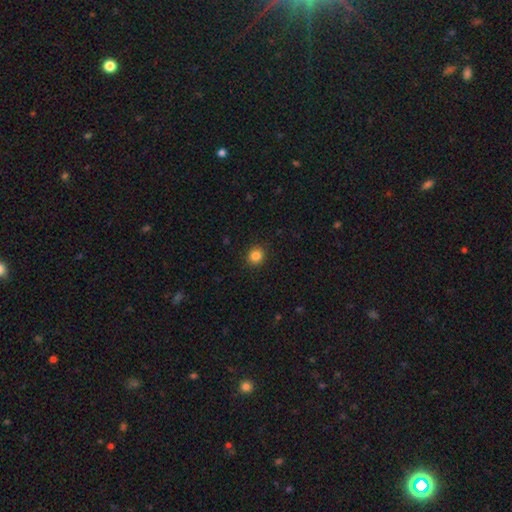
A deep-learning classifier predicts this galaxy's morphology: Smooth or featured? smooth (85%)
How rounded? round (88%)
Merging? none (92%)